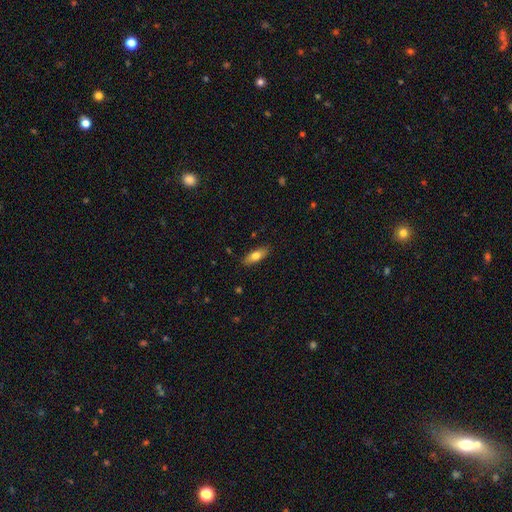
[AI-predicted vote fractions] The model was most divided on "how rounded": in between: 73%, cigar-shaped: 24%, round: 3%. More confident: merging — none (86%); smooth or featured — smooth (73%).